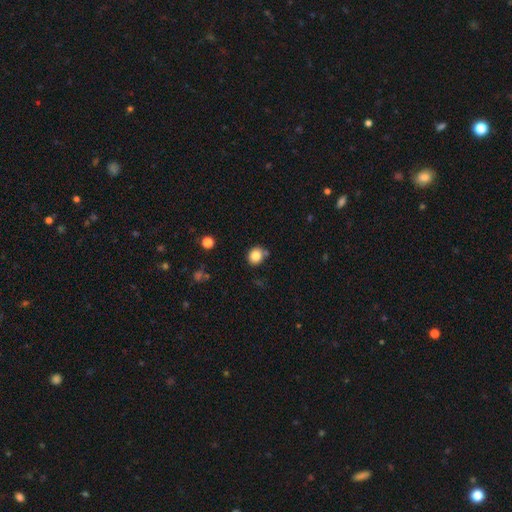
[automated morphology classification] Q: Smooth or featured?
A: smooth (84%); runner-up: star or artifact (10%)
Q: How rounded?
A: round (74%); runner-up: in between (25%)
Q: Merging?
A: none (73%); runner-up: minor disturbance (15%)